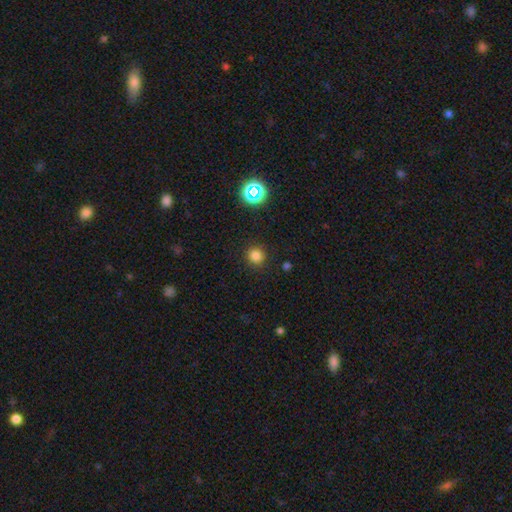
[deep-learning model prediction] Morphology: type=smooth (79%); roundness=round (93%); merging=none (89%).